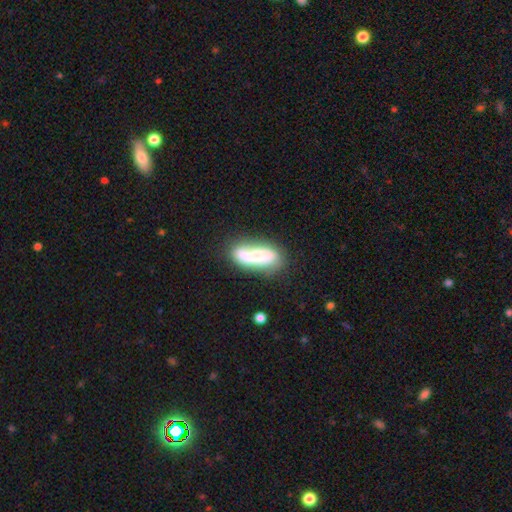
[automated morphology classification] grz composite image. It shows a smooth galaxy with no disk features (57%) that is in between round and cigar-shaped (68%). Merging: none (59%).